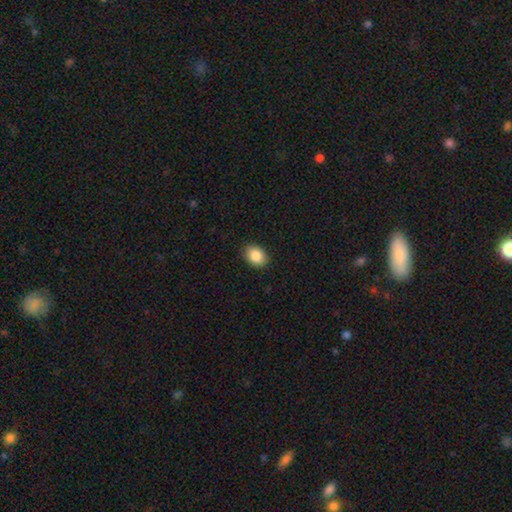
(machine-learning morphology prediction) Smooth or featured? Predicted: smooth (p=0.87). How rounded? Predicted: in between (p=0.70). Merging? Predicted: none (p=0.89).